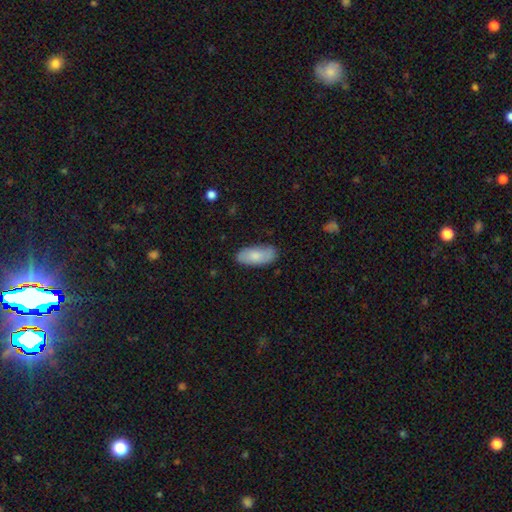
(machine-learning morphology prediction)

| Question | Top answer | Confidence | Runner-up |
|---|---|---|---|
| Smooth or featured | smooth | 79% | featured or disk (16%) |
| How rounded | in between | 88% | cigar-shaped (10%) |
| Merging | none | 81% | minor disturbance (15%) |